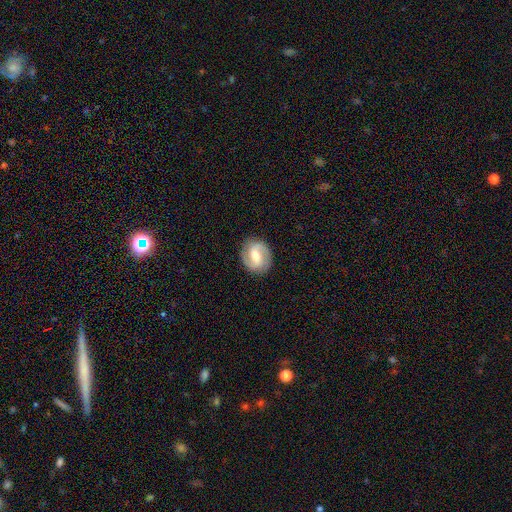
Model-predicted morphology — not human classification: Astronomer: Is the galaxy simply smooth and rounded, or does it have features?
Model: featured or disk — 77%.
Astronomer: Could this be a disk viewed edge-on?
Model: no — 98%.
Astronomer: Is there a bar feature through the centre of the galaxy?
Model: weak — 50% (runner-up: strong, 30%).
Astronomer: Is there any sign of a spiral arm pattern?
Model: yes — 94%.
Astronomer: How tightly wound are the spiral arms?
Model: medium — 49% (runner-up: tight, 29%).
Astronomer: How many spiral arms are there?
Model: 2 — 91%.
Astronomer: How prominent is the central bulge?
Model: moderate — 55%.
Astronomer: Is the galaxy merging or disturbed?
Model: none — 86%.